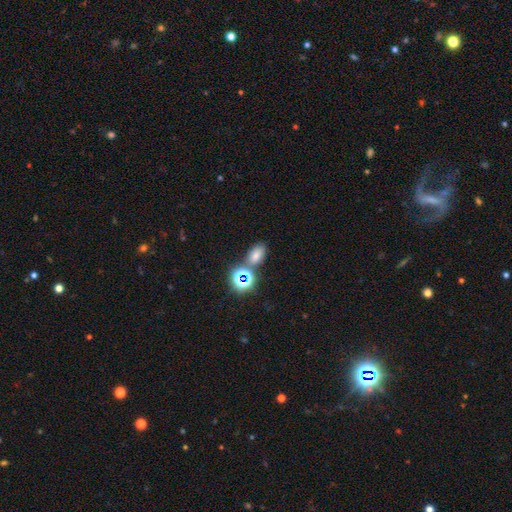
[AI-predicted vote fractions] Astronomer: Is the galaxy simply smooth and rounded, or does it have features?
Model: smooth — 66%.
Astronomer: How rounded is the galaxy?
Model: in between — 84%.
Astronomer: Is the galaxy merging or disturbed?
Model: none — 69%.